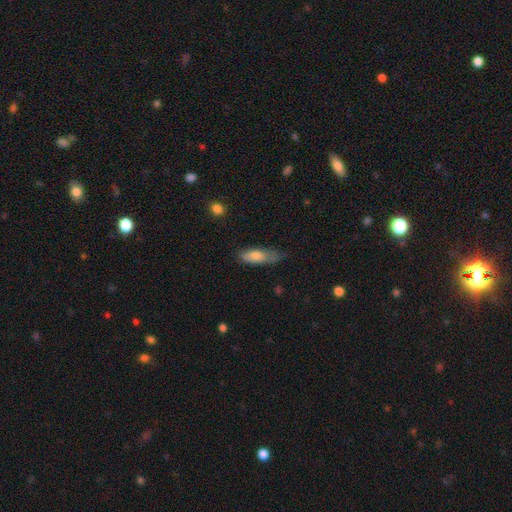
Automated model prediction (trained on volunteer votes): smooth-or-featured: smooth: 73% | featured or disk: 20% | star or artifact: 7%
  how-rounded: in between: 56% | cigar-shaped: 42% | round: 2%
  merging: none: 50% | minor disturbance: 36% | major disturbance: 12% | merger: 2%